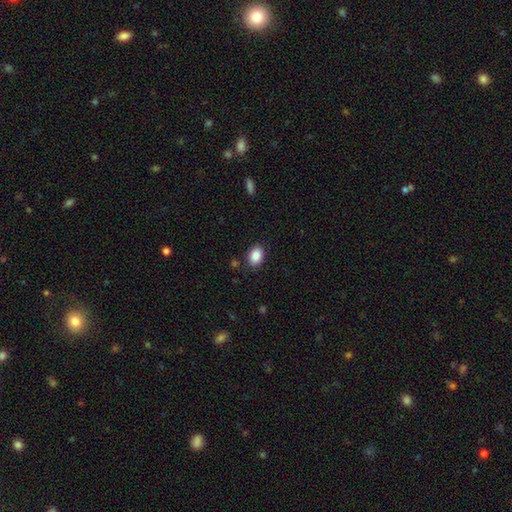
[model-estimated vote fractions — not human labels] smooth 88%, star or artifact 8%, featured or disk 4%. Down the decision tree: how rounded — in between (73%); merging — none (86%).